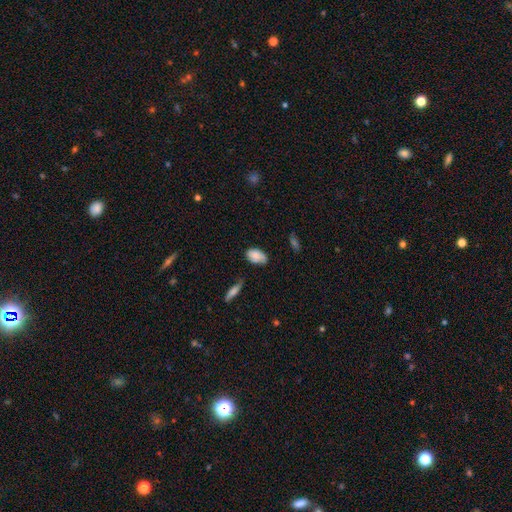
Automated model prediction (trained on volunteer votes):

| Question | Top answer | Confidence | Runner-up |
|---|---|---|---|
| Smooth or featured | smooth | 80% | featured or disk (12%) |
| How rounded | in between | 90% | round (8%) |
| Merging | none | 54% | minor disturbance (34%) |